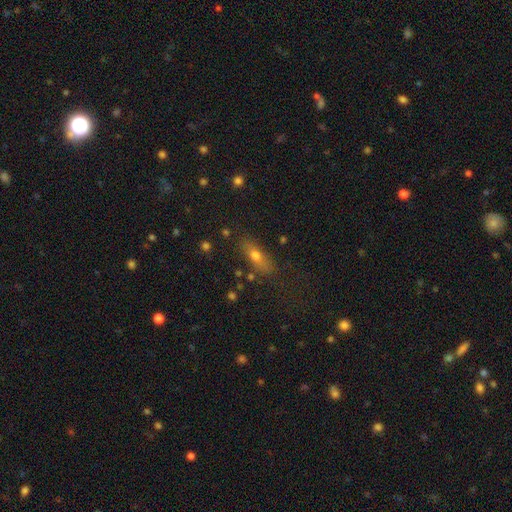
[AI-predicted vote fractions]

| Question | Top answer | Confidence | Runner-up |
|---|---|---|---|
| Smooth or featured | smooth | 59% | featured or disk (26%) |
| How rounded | in between | 52% | cigar-shaped (42%) |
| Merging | none | 77% | minor disturbance (15%) |